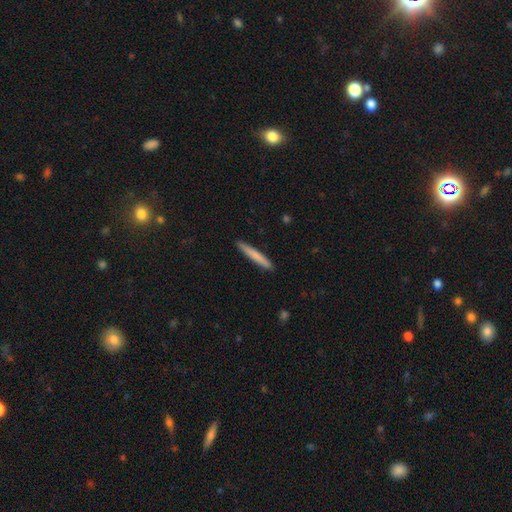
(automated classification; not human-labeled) Smooth or featured? smooth (76%)
How rounded? cigar-shaped (96%)
Merging? none (92%)